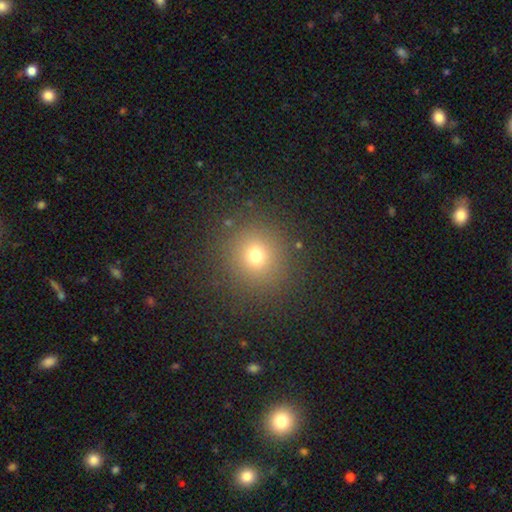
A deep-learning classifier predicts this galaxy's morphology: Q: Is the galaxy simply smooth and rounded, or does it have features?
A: smooth — 72%.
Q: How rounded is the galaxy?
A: round — 93%.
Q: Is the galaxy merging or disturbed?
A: none — 87%.